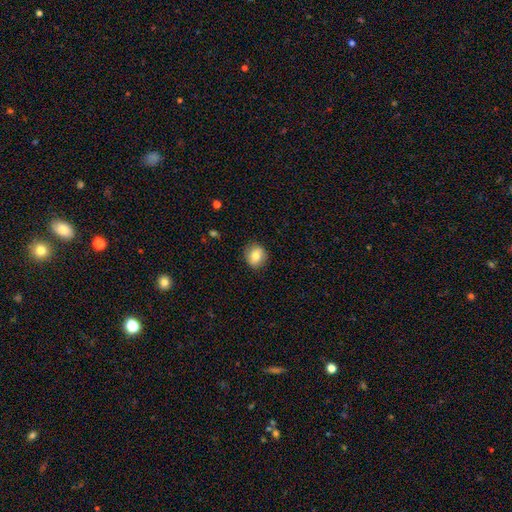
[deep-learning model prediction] This is likely a smooth galaxy (75%). How rounded: likely round (78%). Merging: clearly none (87%).